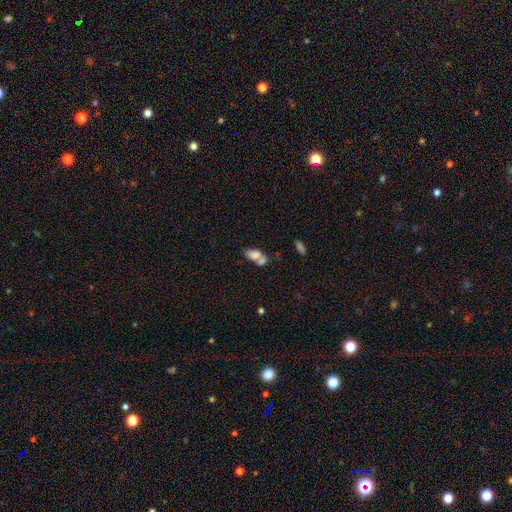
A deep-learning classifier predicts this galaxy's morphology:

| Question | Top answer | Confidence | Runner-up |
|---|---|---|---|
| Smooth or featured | smooth | 72% | featured or disk (18%) |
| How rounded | in between | 88% | round (7%) |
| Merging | merger | 56% | none (26%) |